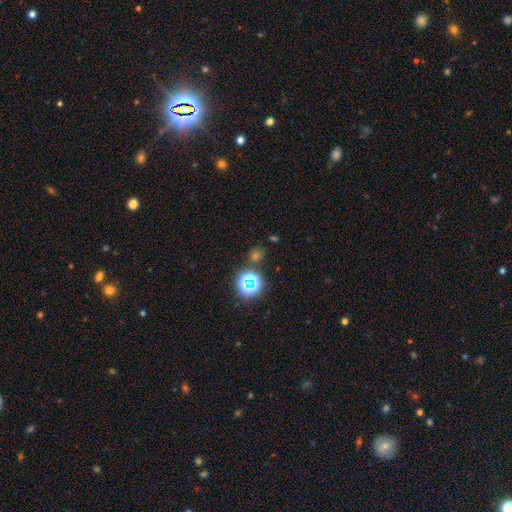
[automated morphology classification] star or artifact 53%, smooth 39%, featured or disk 8%.